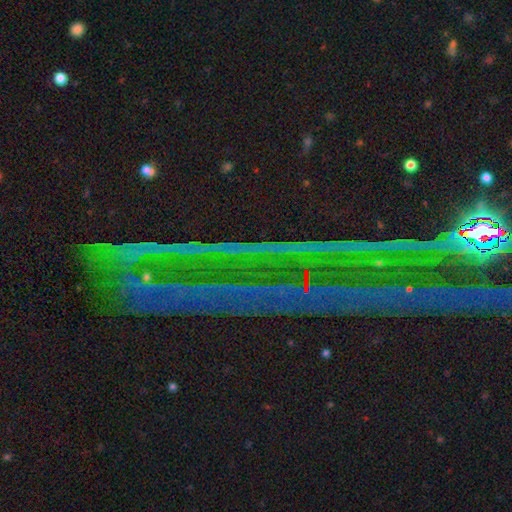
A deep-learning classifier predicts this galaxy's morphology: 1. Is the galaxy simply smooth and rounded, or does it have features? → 85% star or artifact, 9% featured or disk, 6% smooth.